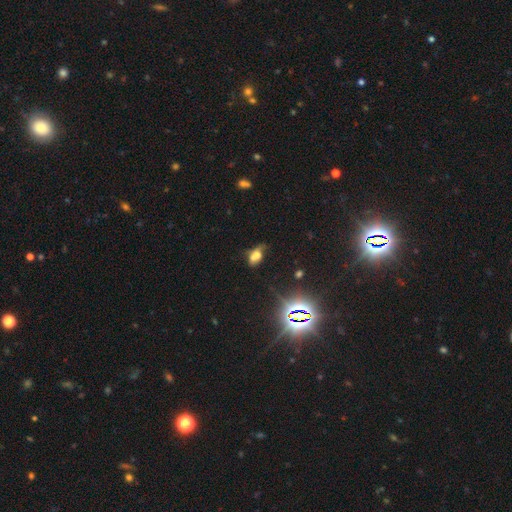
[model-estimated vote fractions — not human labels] Q: Smooth or featured?
A: smooth (55%); runner-up: featured or disk (24%)
Q: How rounded?
A: in between (80%); runner-up: round (15%)
Q: Merging?
A: merger (38%); runner-up: none (26%)